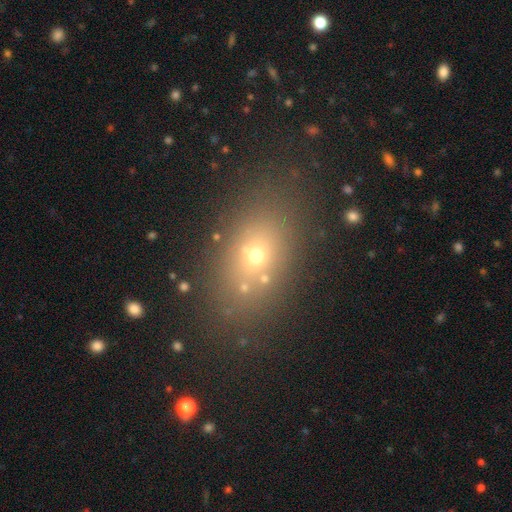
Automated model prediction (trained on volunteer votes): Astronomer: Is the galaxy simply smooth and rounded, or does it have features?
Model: smooth — 57%.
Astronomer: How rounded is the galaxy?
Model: in between — 69%.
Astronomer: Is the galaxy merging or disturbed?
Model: none — 75%.